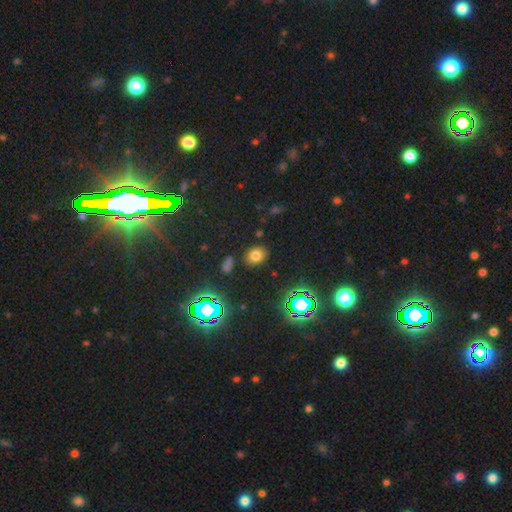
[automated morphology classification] smooth 69%, star or artifact 23%, featured or disk 8%. Down the decision tree: how rounded — in between (51%); merging — none (85%).